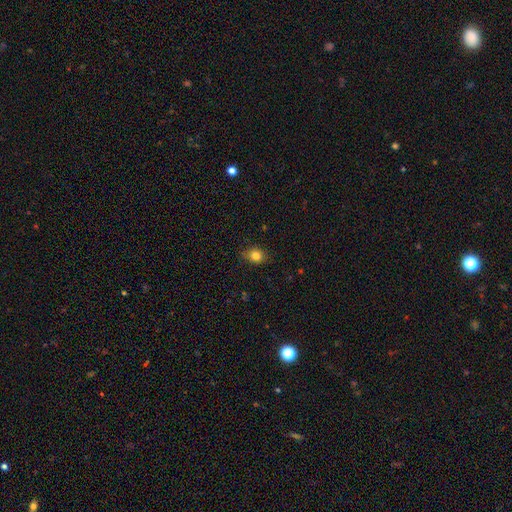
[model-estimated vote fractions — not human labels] Overall: smooth (82%). How rounded: round (62%; in between 37%). Merging: none (79%).